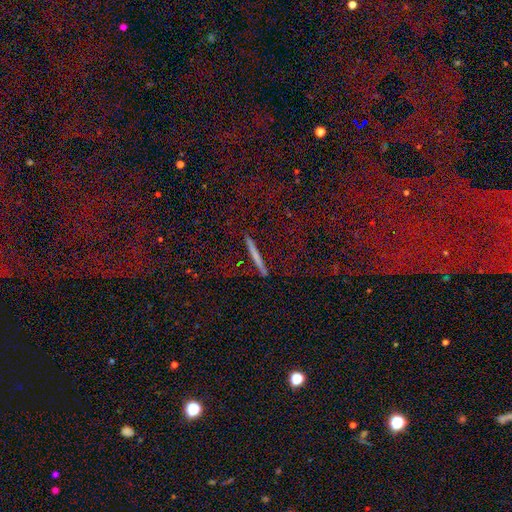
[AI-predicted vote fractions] smooth 45%, featured or disk 35%, star or artifact 20%. Down the decision tree: merging — none (90%).